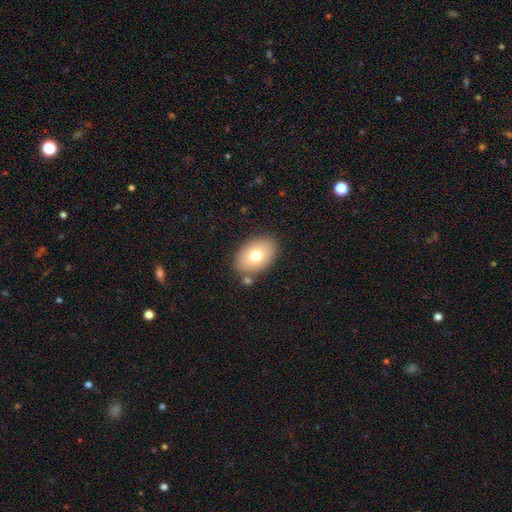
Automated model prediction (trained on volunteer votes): This is likely a smooth galaxy (74%). How rounded: clearly in between (86%). Merging: clearly none (81%).